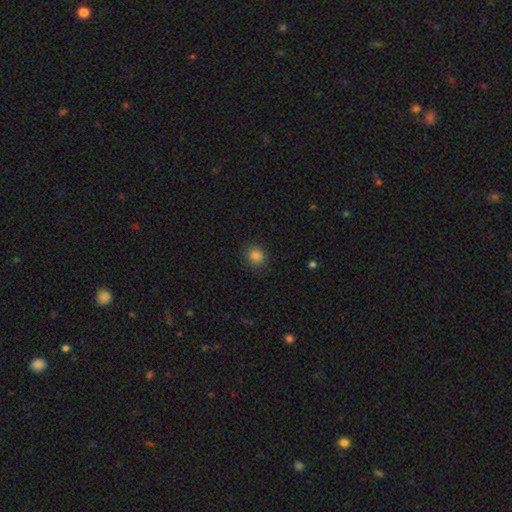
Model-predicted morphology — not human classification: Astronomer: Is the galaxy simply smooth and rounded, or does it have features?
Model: smooth — 84%.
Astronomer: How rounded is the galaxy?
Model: round — 76%.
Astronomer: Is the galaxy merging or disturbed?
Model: none — 87%.